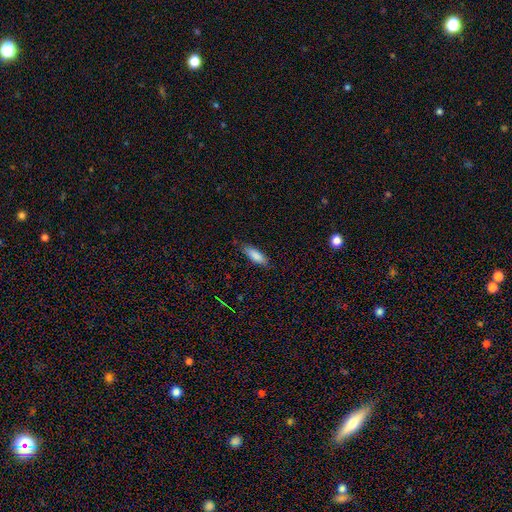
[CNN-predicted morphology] smooth-or-featured: smooth: 83% | featured or disk: 10% | star or artifact: 7%
  how-rounded: in between: 54% | cigar-shaped: 44% | round: 2%
  merging: none: 80% | minor disturbance: 16% | major disturbance: 3% | merger: 1%